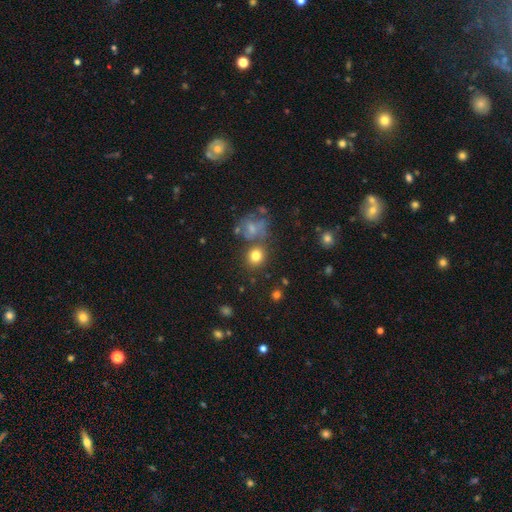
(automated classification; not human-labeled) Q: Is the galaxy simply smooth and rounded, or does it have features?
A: smooth — 79%.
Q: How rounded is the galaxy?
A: round — 80%.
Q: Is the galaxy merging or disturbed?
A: none — 70%.